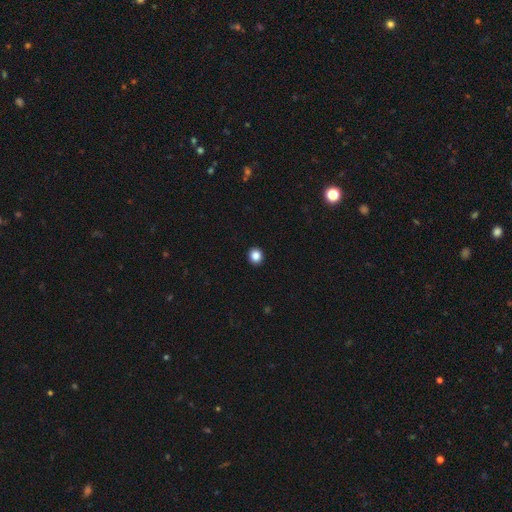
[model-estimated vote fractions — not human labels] The model was most divided on "how rounded": round: 86%, in between: 13%, cigar-shaped: 1%. More confident: merging — none (93%); smooth or featured — smooth (86%).